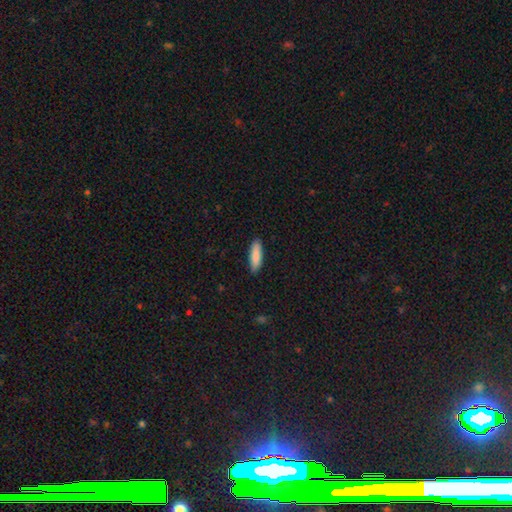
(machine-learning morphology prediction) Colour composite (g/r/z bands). It shows a smooth galaxy with no disk features (87%) that is cigar-shaped (56%). Merging: none (89%).